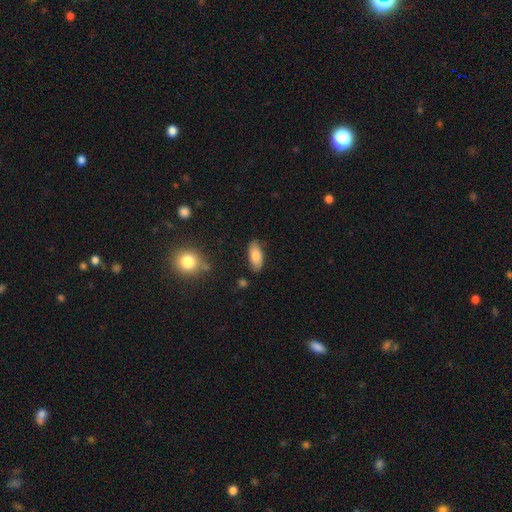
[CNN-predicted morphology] The model was most divided on "merging": none: 82%, minor disturbance: 13%, major disturbance: 3%, merger: 2%. More confident: how rounded — in between (87%); smooth or featured — smooth (82%).